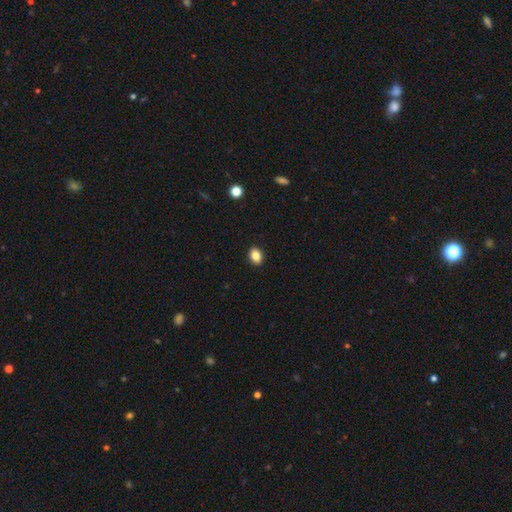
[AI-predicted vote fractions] smooth-or-featured: smooth: 86% | star or artifact: 9% | featured or disk: 5%
  how-rounded: in between: 73% | round: 26% | cigar-shaped: 1%
  merging: none: 91% | minor disturbance: 6% | major disturbance: 2% | merger: 1%